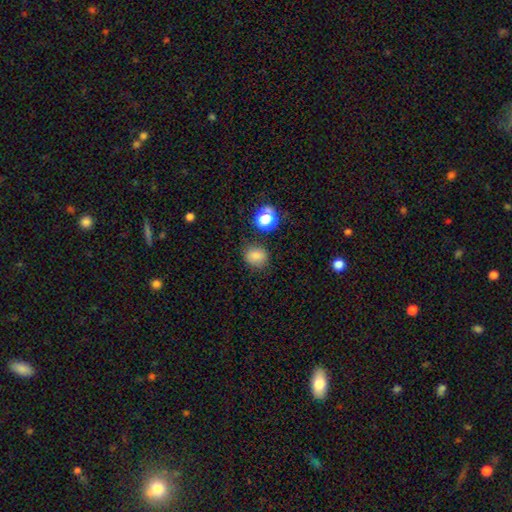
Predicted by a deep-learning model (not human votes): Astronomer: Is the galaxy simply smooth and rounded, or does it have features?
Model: smooth — 80%.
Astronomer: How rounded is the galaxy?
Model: round — 71%.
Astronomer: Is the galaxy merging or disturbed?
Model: none — 82%.